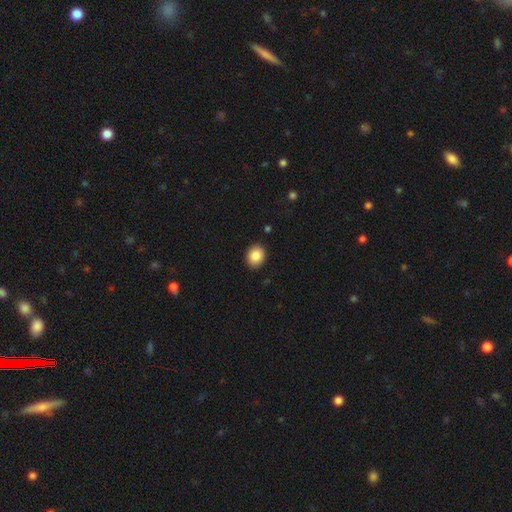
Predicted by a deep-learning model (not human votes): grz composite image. It shows a smooth galaxy with no disk features (87%) that is round (51%). Merging: none (89%).